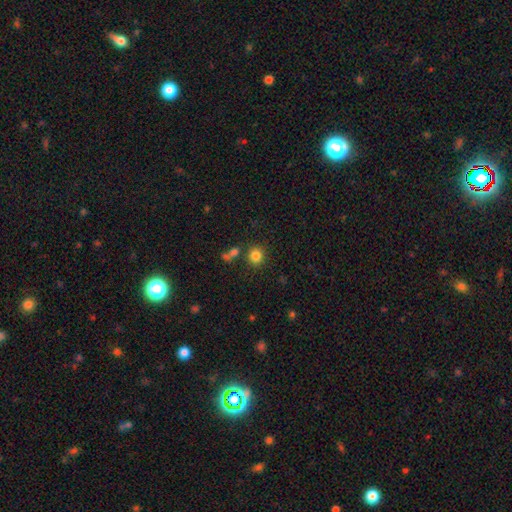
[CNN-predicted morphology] smooth_or_featured: smooth (p=0.82) [alt: star or artifact p=0.12]
how_rounded: round (p=0.89) [alt: in between p=0.10]
merging: none (p=0.80) [alt: merger p=0.08]